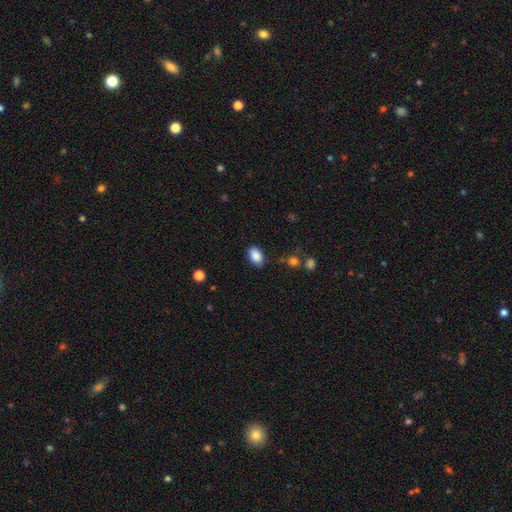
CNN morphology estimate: Smooth or featured: smooth — 89% (star or artifact — 8%)
How rounded: in between — 89% (round — 10%)
Merging: none — 85% (minor disturbance — 11%)